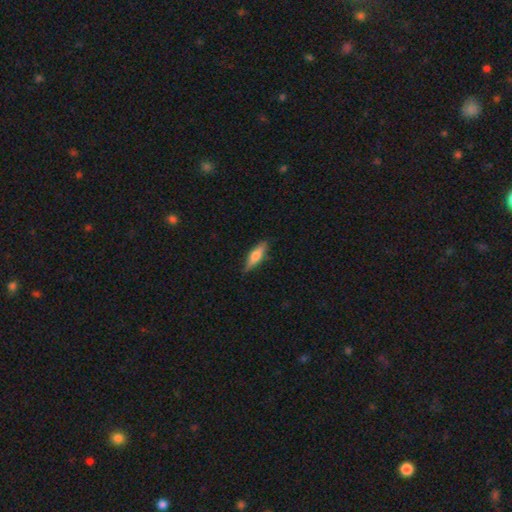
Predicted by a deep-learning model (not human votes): The model was most divided on "smooth or featured": smooth: 58%, featured or disk: 36%, star or artifact: 6%. More confident: merging — none (84%); how rounded — cigar-shaped (60%).